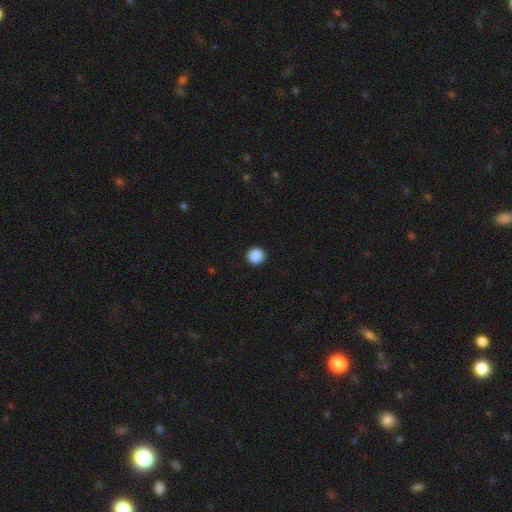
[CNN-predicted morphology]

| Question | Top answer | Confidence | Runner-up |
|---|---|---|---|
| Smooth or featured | smooth | 89% | star or artifact (9%) |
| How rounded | round | 95% | in between (4%) |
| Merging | none | 93% | minor disturbance (4%) |